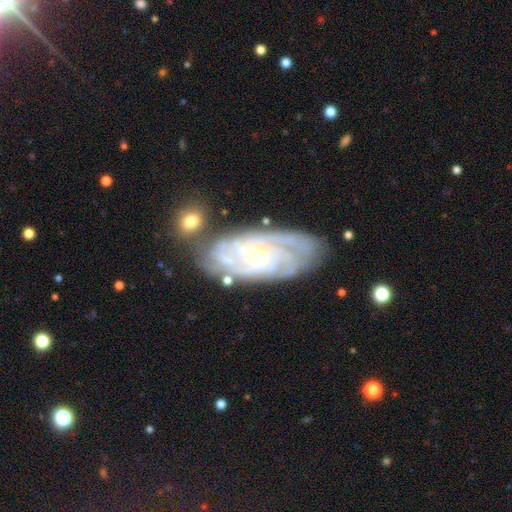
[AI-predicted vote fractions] featured or disk 87%, smooth 8%, star or artifact 5%. Down the decision tree: edge-on disk — no (94%); bar — no (68%); spiral arms — yes (97%); spiral arm count — can't tell (29%); spiral winding — tight (74%); bulge size — small (81%); merging — none (71%).